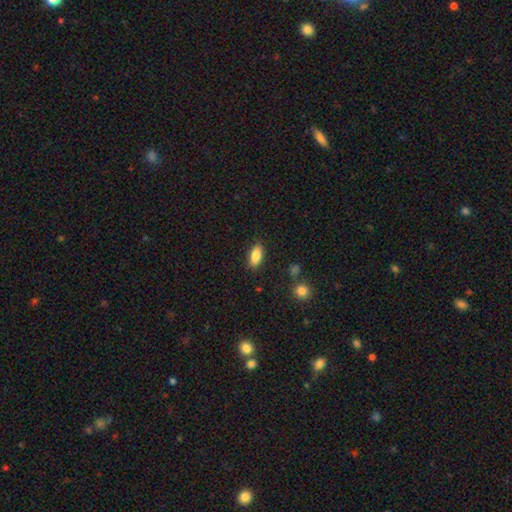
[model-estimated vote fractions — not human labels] Smooth or featured? Predicted: smooth (p=0.84). How rounded? Predicted: in between (p=0.86). Merging? Predicted: none (p=0.86).